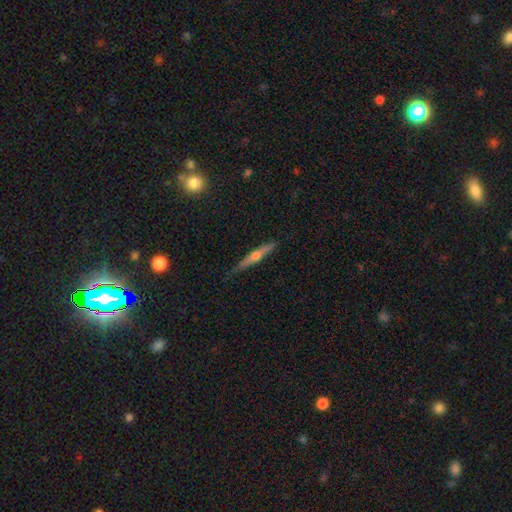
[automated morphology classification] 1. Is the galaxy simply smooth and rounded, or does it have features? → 64% featured or disk, 29% smooth, 7% star or artifact.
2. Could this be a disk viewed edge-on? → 96% yes, 4% no.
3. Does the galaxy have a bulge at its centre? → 89% rounded, 8% none, 3% boxy.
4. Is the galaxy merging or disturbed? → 84% none, 13% minor disturbance, 2% major disturbance, 1% merger.